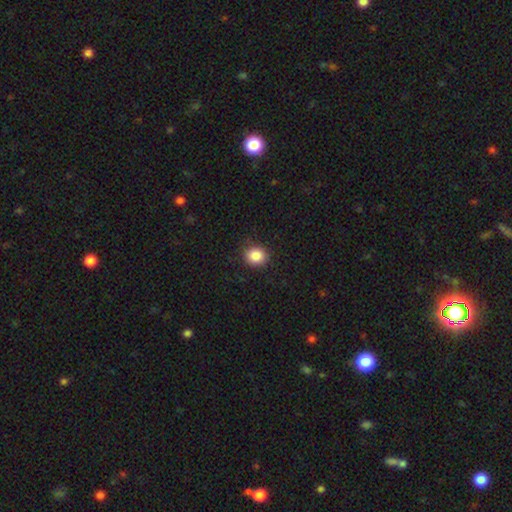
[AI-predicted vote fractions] The model was most divided on "how rounded": round: 78%, in between: 21%, cigar-shaped: 1%. More confident: merging — none (88%); smooth or featured — smooth (87%).